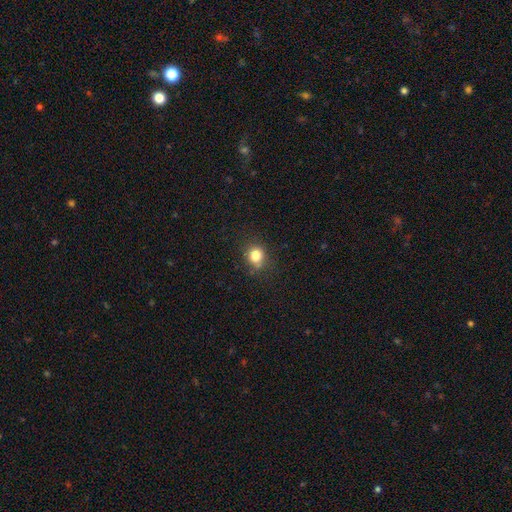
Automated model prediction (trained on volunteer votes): The model was most divided on "merging": none: 77%, minor disturbance: 14%, merger: 4%, major disturbance: 4%. More confident: how rounded — round (84%); smooth or featured — smooth (82%).